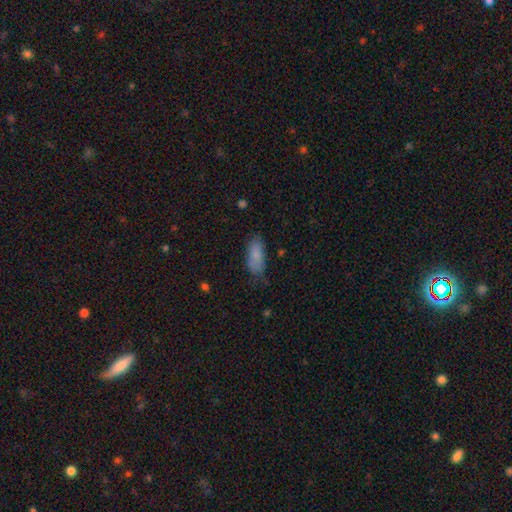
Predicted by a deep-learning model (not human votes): The model was most divided on "merging": none: 64%, minor disturbance: 28%, major disturbance: 7%, merger: 2%. More confident: smooth or featured — smooth (84%); how rounded — in between (82%).